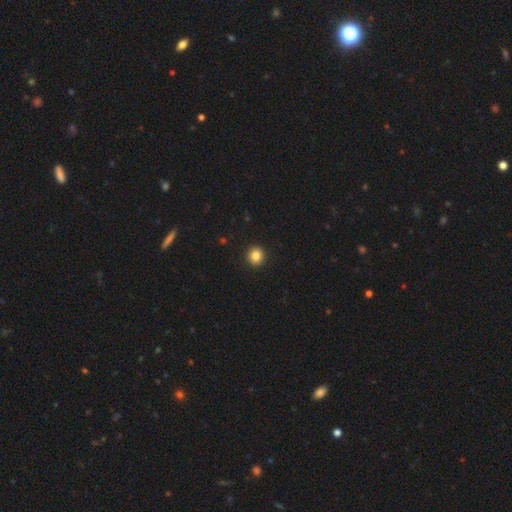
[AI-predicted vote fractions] Morphology: type=smooth (85%); roundness=round (87%); merging=none (93%).